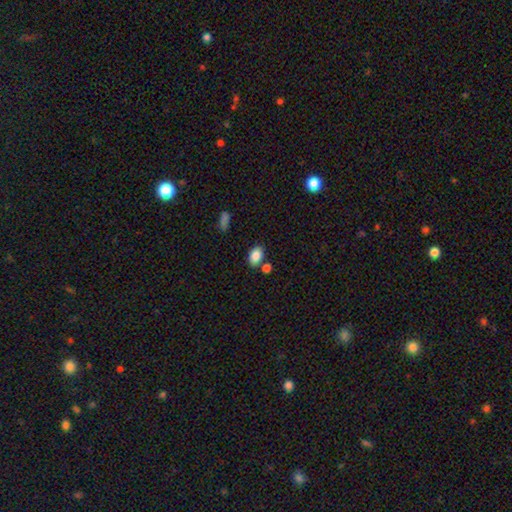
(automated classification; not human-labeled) Overall: smooth (86%). How rounded: in between (88%). Merging: none (73%).